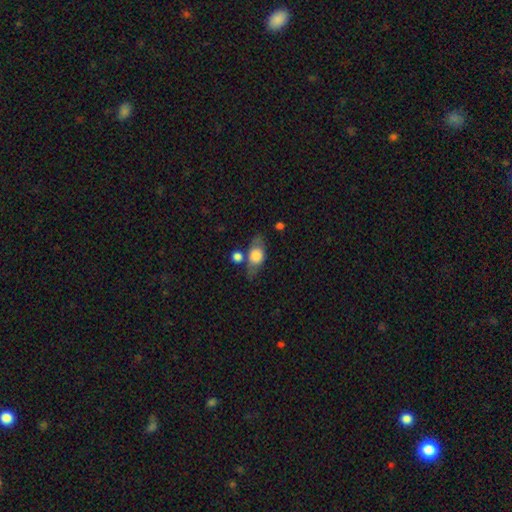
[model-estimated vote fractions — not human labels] Smooth or featured? Predicted: smooth (p=0.64). How rounded? Predicted: in between (p=0.67). Merging? Predicted: none (p=0.59).